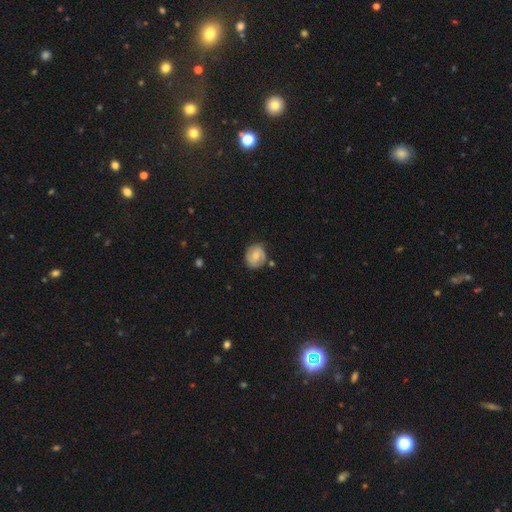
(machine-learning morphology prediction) type=featured or disk (51%); edge-on=no (97%); merging=none (74%).